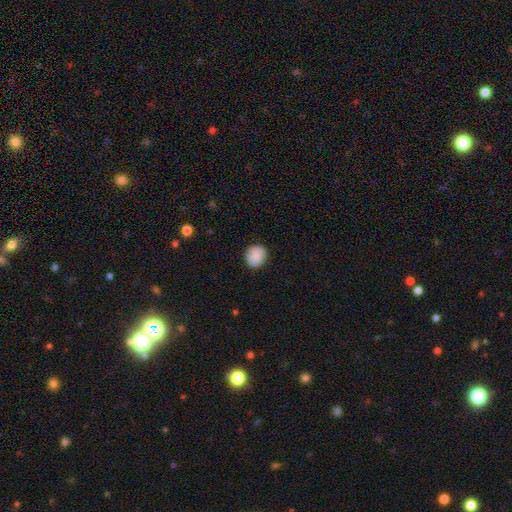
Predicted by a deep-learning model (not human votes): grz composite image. It shows a smooth galaxy with no disk features (86%) that is round (83%). Merging: none (88%).